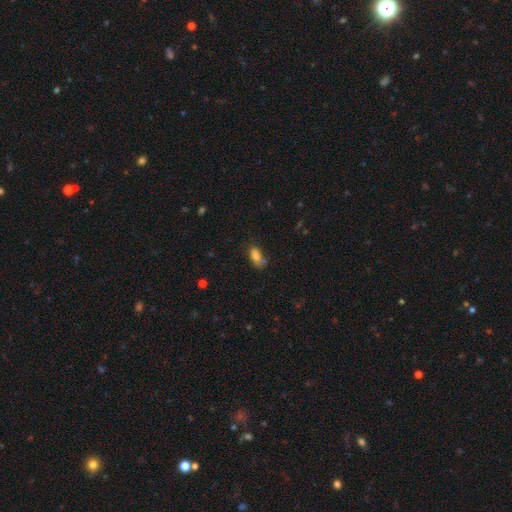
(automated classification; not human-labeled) Smooth or featured?
  - smooth: 82% *
  - star or artifact: 10%
  - featured or disk: 8%
How rounded?
  - in between: 87% *
  - cigar-shaped: 8%
  - round: 5%
Merging?
  - none: 57% *
  - minor disturbance: 25%
  - merger: 10%
  - major disturbance: 8%